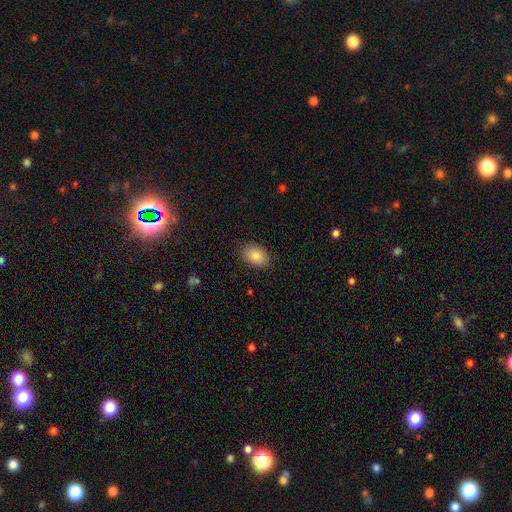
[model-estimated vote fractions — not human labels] Q: Smooth or featured?
A: smooth (87%); runner-up: star or artifact (8%)
Q: How rounded?
A: in between (86%); runner-up: round (13%)
Q: Merging?
A: none (86%); runner-up: minor disturbance (11%)